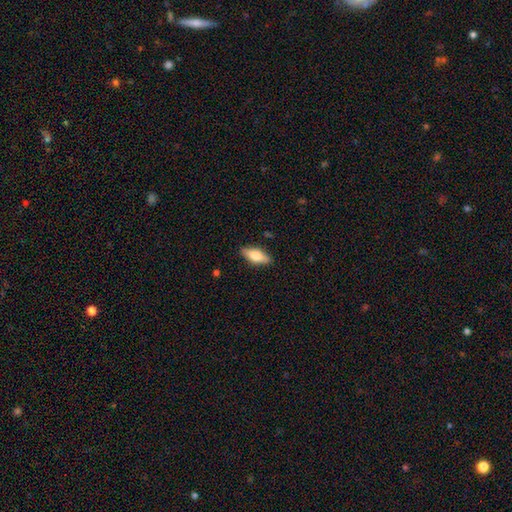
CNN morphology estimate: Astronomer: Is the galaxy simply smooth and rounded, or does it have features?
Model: smooth — 63%.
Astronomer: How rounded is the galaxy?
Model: in between — 72%.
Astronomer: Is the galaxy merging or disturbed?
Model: none — 86%.